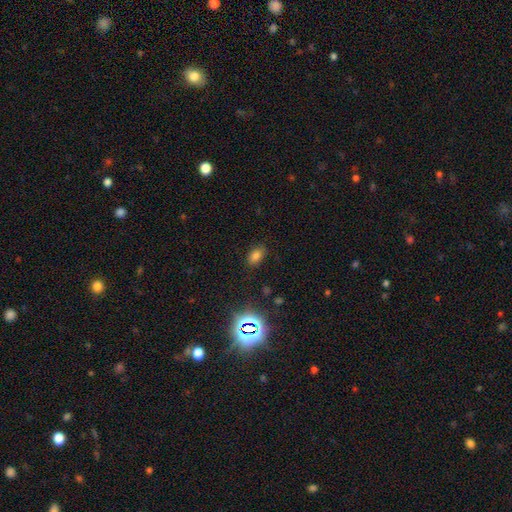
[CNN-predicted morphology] type=smooth (75%); roundness=in between (86%); merging=none (83%).